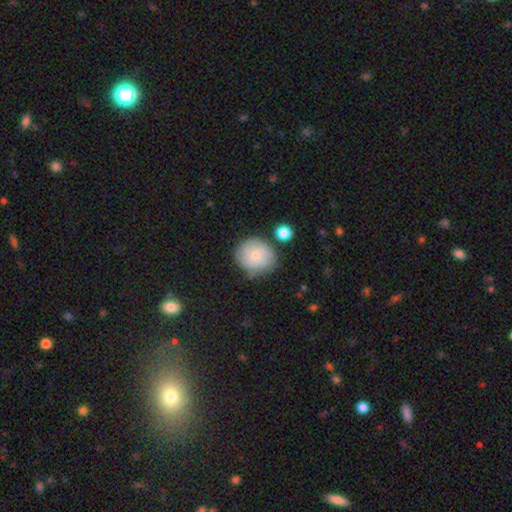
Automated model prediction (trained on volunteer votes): A smooth galaxy with no disk features (69%) that is round (79%).

Vote fractions:
- Smooth or featured? smooth: 69% / featured or disk: 23% / star or artifact: 8%
- How rounded? round: 79% / in between: 20% / cigar-shaped: 1%
- Merging? none: 67% / minor disturbance: 21% / major disturbance: 6% / merger: 6%